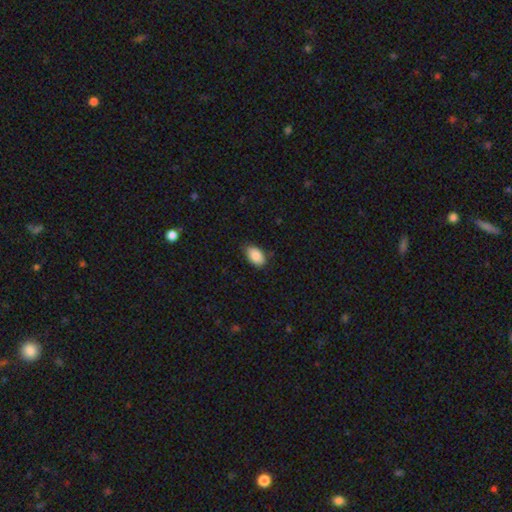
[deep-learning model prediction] Smooth or featured?
  - smooth: 88% *
  - star or artifact: 7%
  - featured or disk: 5%
How rounded?
  - in between: 92% *
  - round: 7%
  - cigar-shaped: 1%
Merging?
  - none: 78% *
  - minor disturbance: 18%
  - major disturbance: 3%
  - merger: 1%